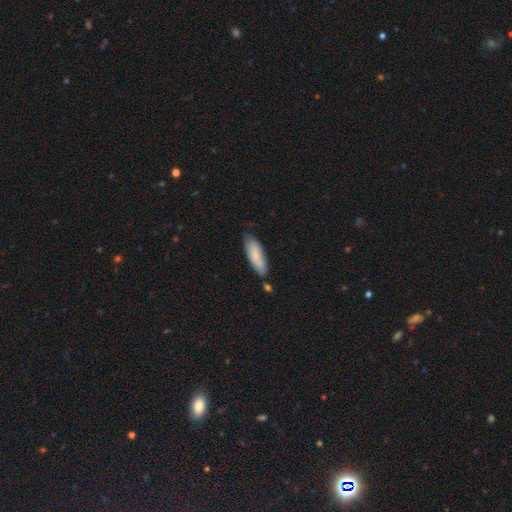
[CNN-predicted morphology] type=smooth (80%); roundness=in between (54%); merging=none (72%).